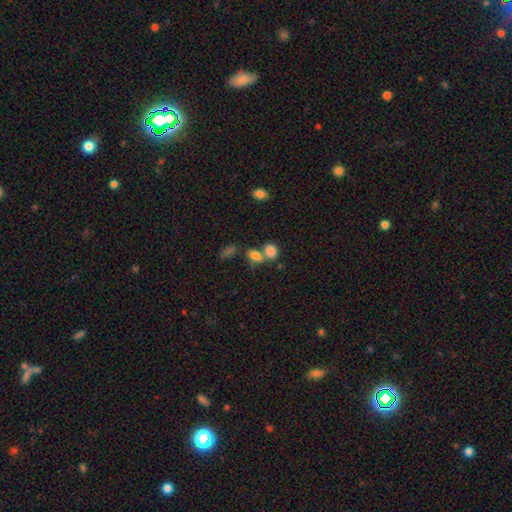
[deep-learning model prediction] The model was most divided on "merging": merger: 47%, none: 37%, minor disturbance: 10%, major disturbance: 5%. More confident: smooth or featured — smooth (79%); how rounded — in between (63%).